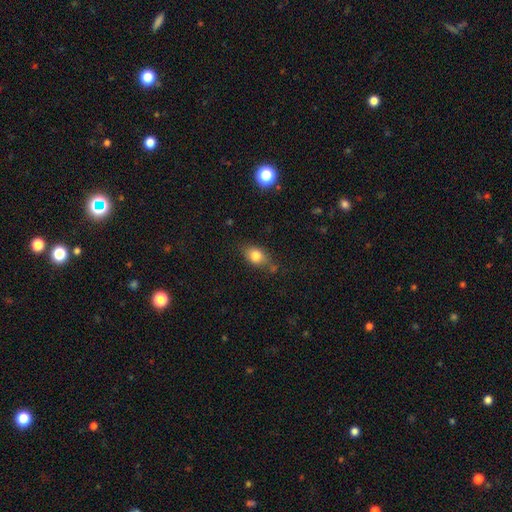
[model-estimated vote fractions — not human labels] This is likely a smooth galaxy (79%). How rounded: likely in between (71%). Merging: likely none (67%).